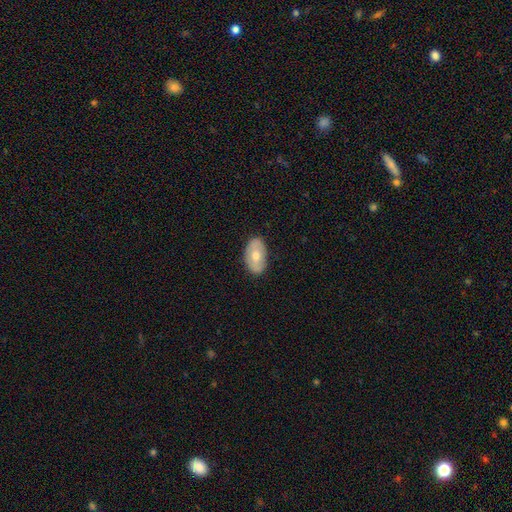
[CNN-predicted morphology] This is likely a smooth galaxy (65%). How rounded: clearly in between (92%). Merging: clearly none (83%).